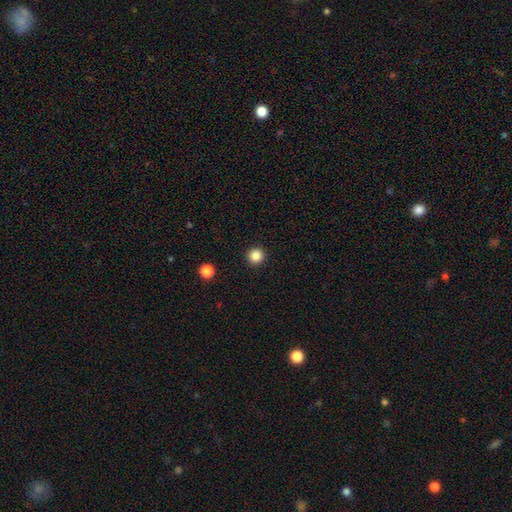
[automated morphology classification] Smooth or featured? Predicted: smooth (p=0.86). How rounded? Predicted: round (p=0.96). Merging? Predicted: none (p=0.93).